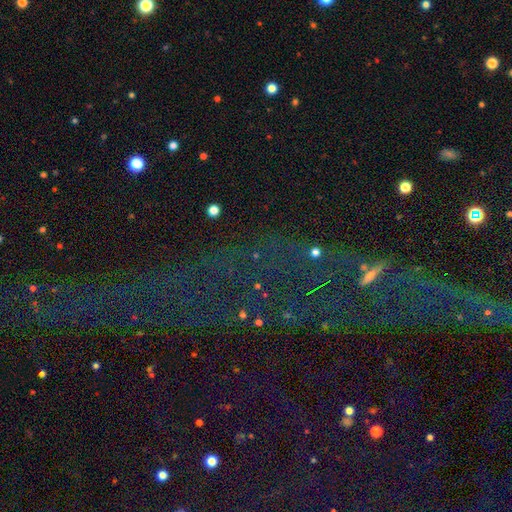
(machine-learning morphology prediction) A star or artifact, not a galaxy (78%).

Vote fractions:
- Smooth or featured? star or artifact: 78% / featured or disk: 11% / smooth: 11%